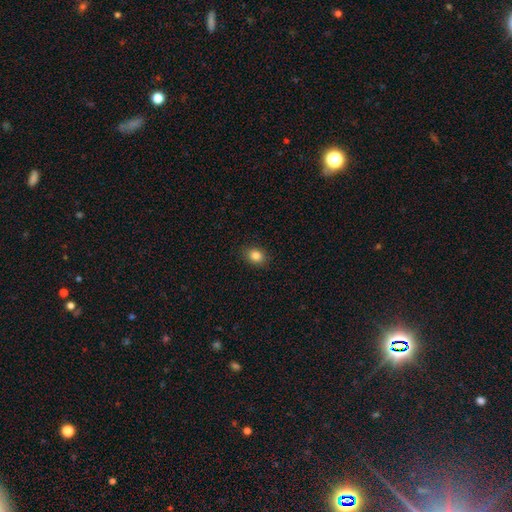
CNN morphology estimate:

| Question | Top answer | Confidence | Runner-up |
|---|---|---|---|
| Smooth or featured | smooth | 84% | star or artifact (10%) |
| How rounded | in between | 51% | round (48%) |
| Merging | none | 89% | minor disturbance (8%) |